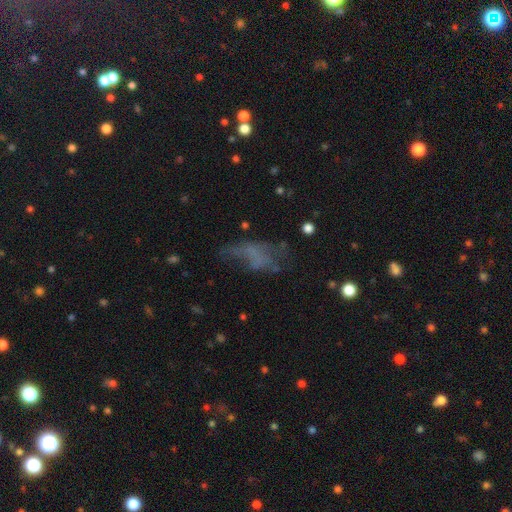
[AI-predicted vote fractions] Smooth or featured? Predicted: featured or disk (p=0.40). Merging? Predicted: major disturbance (p=0.40).